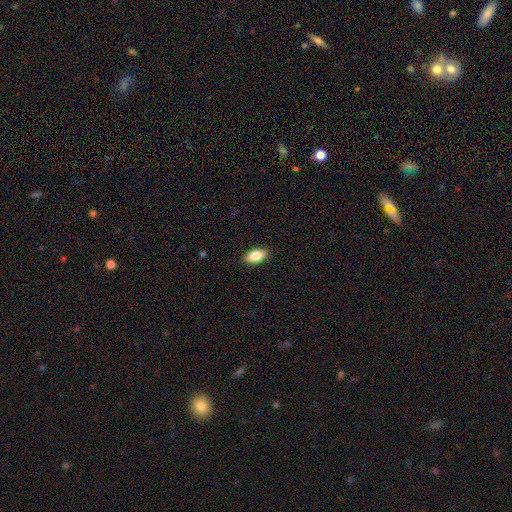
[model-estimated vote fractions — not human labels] This appears to be a smooth galaxy with no disk features (83%) that is in between round and cigar-shaped (91%). Merging: none (89%).